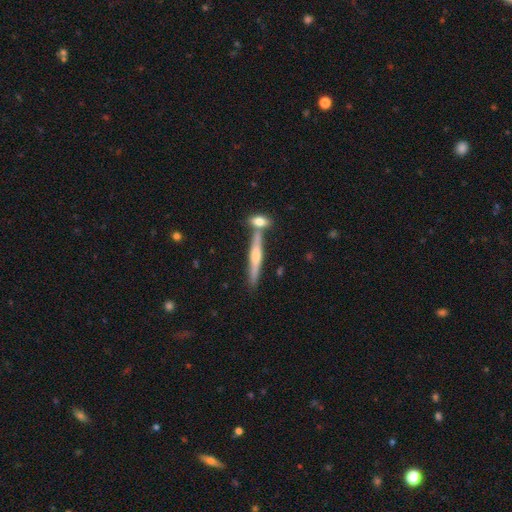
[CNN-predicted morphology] The model was most divided on "smooth or featured": featured or disk: 69%, smooth: 24%, star or artifact: 7%. More confident: edge-on disk — yes (96%); edge-on bulge — rounded (84%); merging — none (69%).